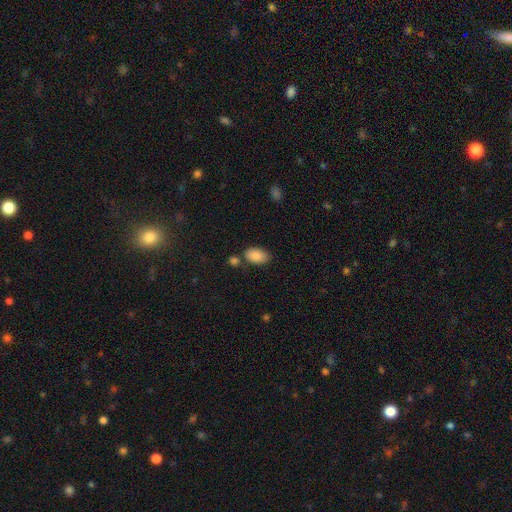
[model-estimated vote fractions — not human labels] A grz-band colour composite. It shows a smooth galaxy with no disk features (87%) that is in between round and cigar-shaped (93%). Merging: none (70%).